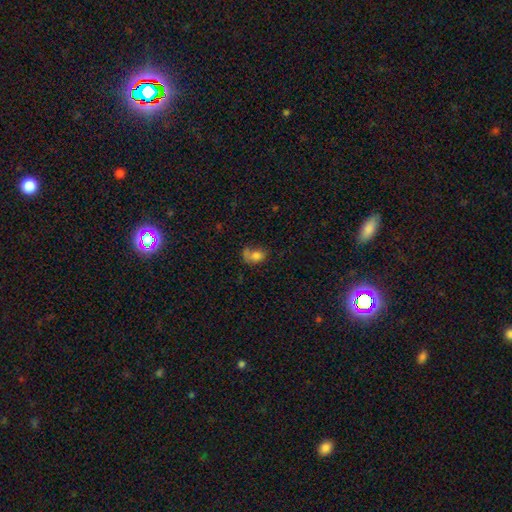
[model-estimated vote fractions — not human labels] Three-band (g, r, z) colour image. It shows a smooth galaxy with no disk features (72%) that is in between round and cigar-shaped (73%). Merging: none (36%).